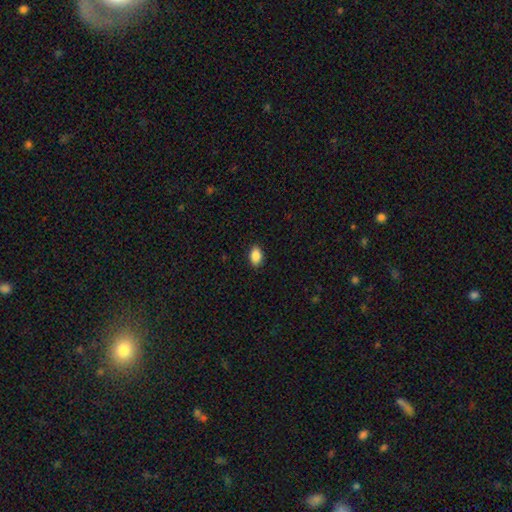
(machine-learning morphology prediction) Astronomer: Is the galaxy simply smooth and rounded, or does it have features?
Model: smooth — 89%.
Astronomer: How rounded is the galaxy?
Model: in between — 89%.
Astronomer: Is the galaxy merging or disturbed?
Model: none — 89%.